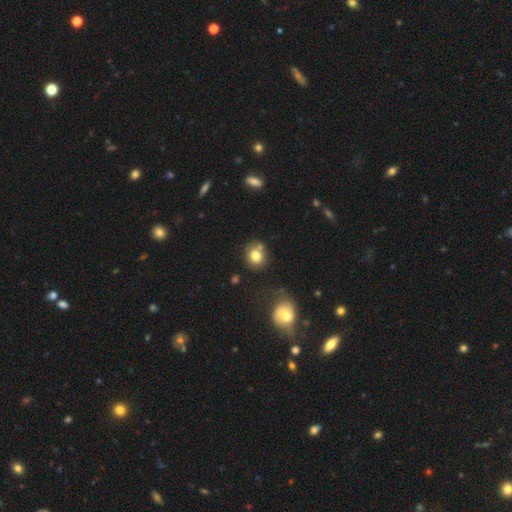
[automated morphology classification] type=smooth (78%); roundness=round (78%); merging=none (64%).